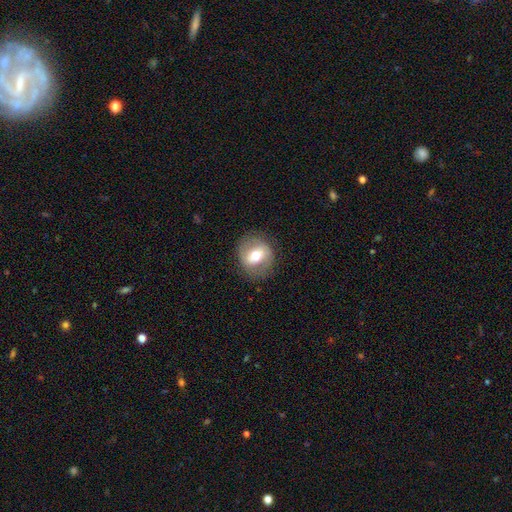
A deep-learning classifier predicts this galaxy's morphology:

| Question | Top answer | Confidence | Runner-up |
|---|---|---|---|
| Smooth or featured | smooth | 50% | featured or disk (42%) |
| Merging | none | 81% | minor disturbance (12%) |